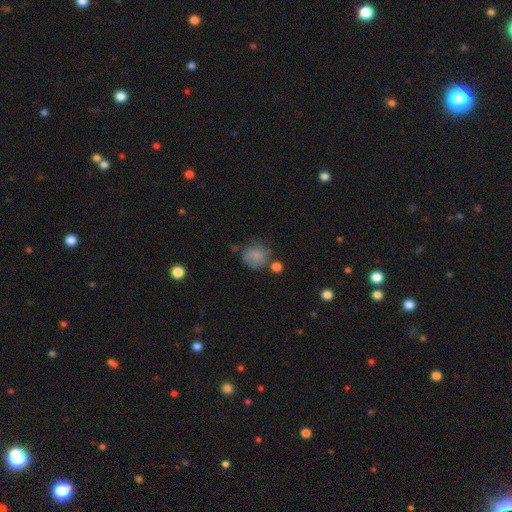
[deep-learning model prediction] Smooth or featured? smooth (76%)
How rounded? round (78%)
Merging? none (53%)